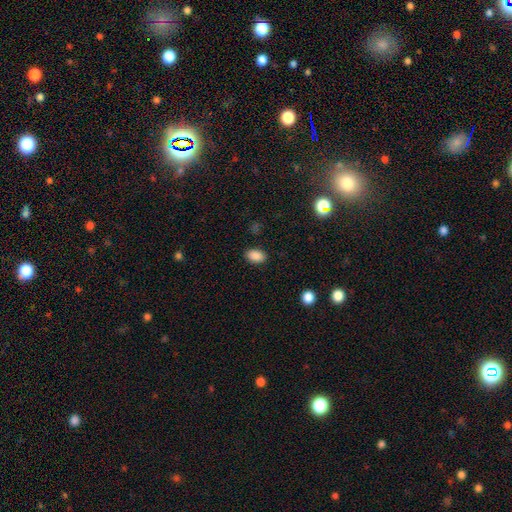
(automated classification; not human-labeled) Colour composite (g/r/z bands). It shows a smooth galaxy with no disk features (88%) that is in between round and cigar-shaped (87%). Merging: none (87%).